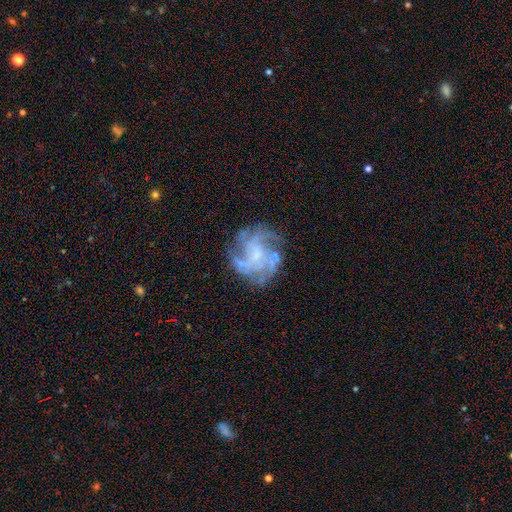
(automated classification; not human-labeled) A featured or disk galaxy (81%) with no bar (64%), can't tell (28%, tied with 4) medium (42%) spiral arms (88%) and a small central bulge (53%).

Vote fractions:
- Smooth or featured? featured or disk: 81% / smooth: 10% / star or artifact: 9%
- Edge-on disk? no: 98% / yes: 2%
- Bar? no: 64% / weak: 31% / strong: 6%
- Spiral arms? yes: 88% / no: 12%
- Spiral winding? medium: 42% / tight: 39% / loose: 19%
- Spiral arm count? can't tell: 28% (tied) / 4: 28% (tied) / 3: 17% / more than 4: 13% / 2: 8% / 1: 6%
- Bulge size? small: 53% / moderate: 24% / none: 20% / large: 2% / dominant: 1%
- Merging? none: 69% / minor disturbance: 16% / major disturbance: 12% / merger: 3%